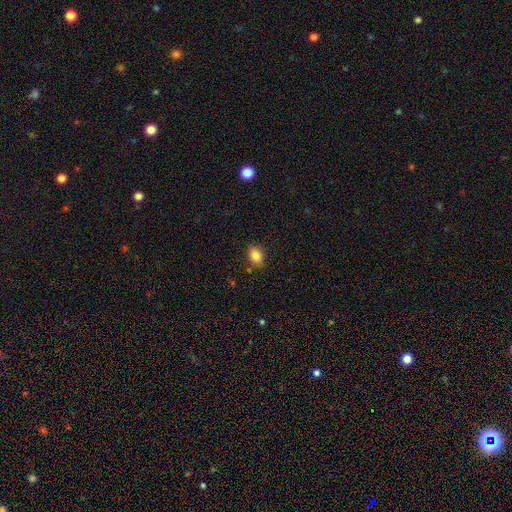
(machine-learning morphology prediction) Smooth or featured?
  - smooth: 85% *
  - star or artifact: 10%
  - featured or disk: 5%
How rounded?
  - in between: 75% *
  - round: 24%
  - cigar-shaped: 1%
Merging?
  - none: 85% *
  - minor disturbance: 11%
  - major disturbance: 3%
  - merger: 2%